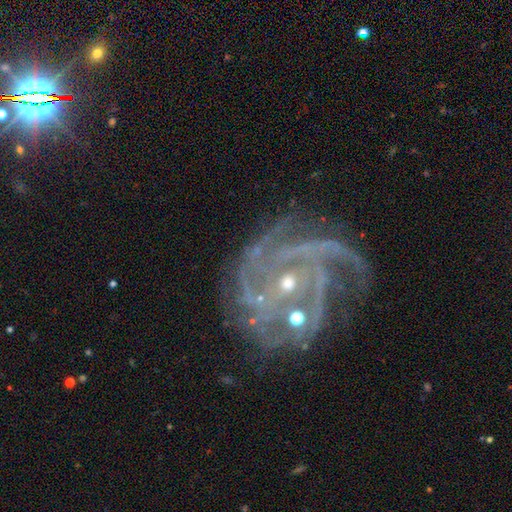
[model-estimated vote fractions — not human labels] Morphology: type=featured or disk (89%); edge-on=no (98%); bar=no (61%); spiral arms=yes (97%); winding=tight (56%); arm count=3 (27%); bulge=small (72%); merging=none (54%).